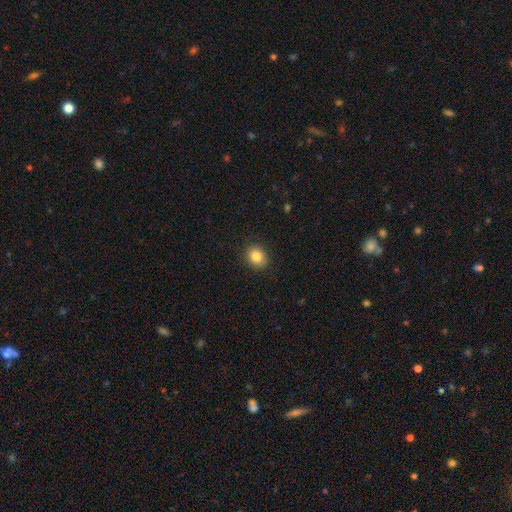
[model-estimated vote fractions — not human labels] A smooth galaxy with no disk features (84%) that is round (65%). Merging: none (89%).